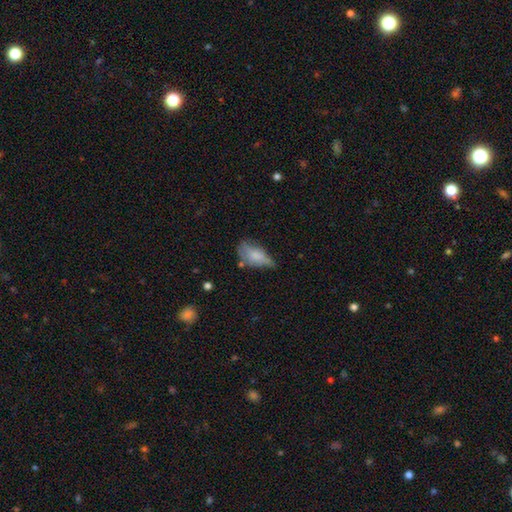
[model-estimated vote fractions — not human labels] This appears to be a smooth galaxy with no disk features (67%) that is in between round and cigar-shaped (87%). Merging: minor disturbance (39%).